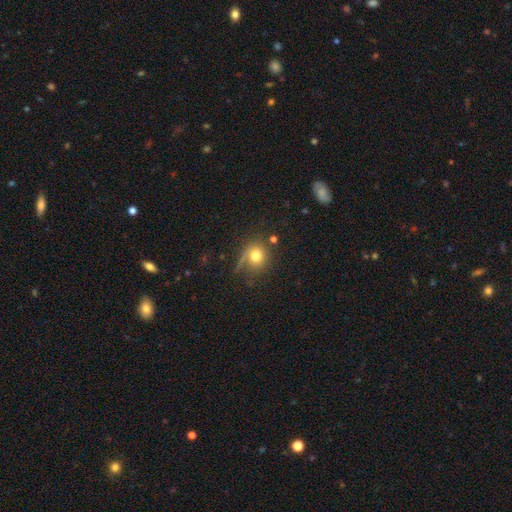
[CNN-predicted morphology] This appears to be a smooth galaxy with no disk features (76%) that is round (82%). Merging: none (64%).